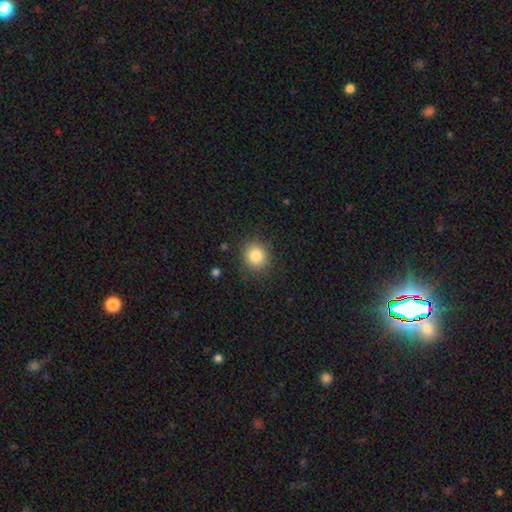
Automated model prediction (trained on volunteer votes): This is clearly a smooth galaxy (84%). How rounded: likely round (80%). Merging: clearly none (85%).